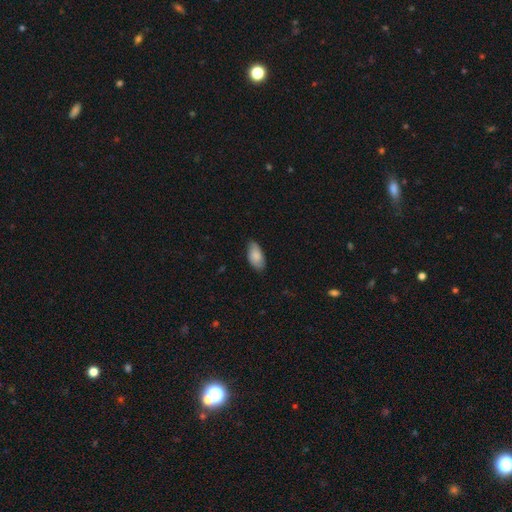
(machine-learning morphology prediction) Smooth or featured?
  - smooth: 83% *
  - featured or disk: 11%
  - star or artifact: 6%
How rounded?
  - in between: 94% *
  - cigar-shaped: 3%
  - round: 2%
Merging?
  - none: 78% *
  - minor disturbance: 18%
  - major disturbance: 3%
  - merger: 1%